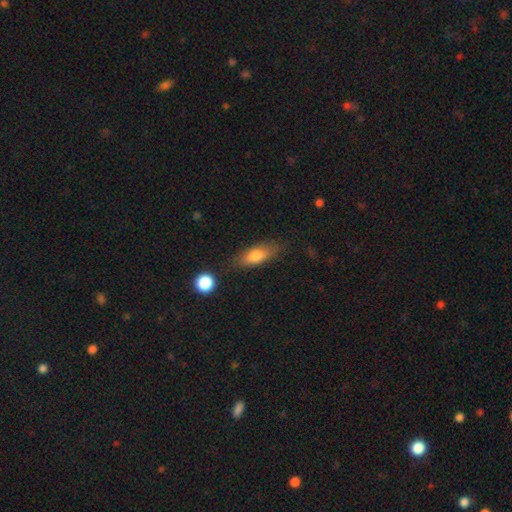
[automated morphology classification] A smooth galaxy with no disk features (76%) that is in between round and cigar-shaped (71%). Merging: none (75%).